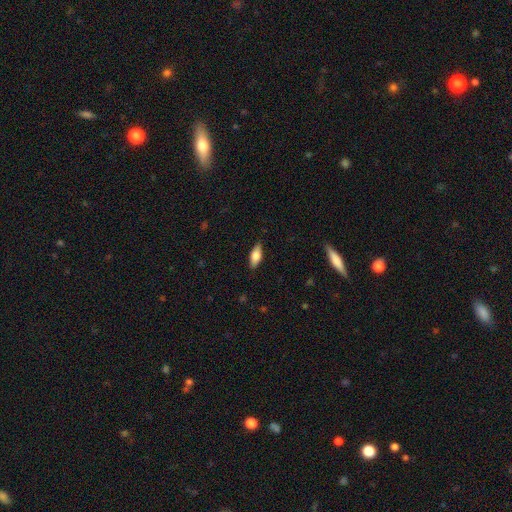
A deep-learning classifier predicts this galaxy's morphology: A smooth galaxy with no disk features (73%) that is in between round and cigar-shaped (79%).

Vote fractions:
- Smooth or featured? smooth: 73% / featured or disk: 20% / star or artifact: 7%
- How rounded? in between: 79% / cigar-shaped: 19% / round: 3%
- Merging? none: 86% / minor disturbance: 11% / major disturbance: 2% / merger: 1%